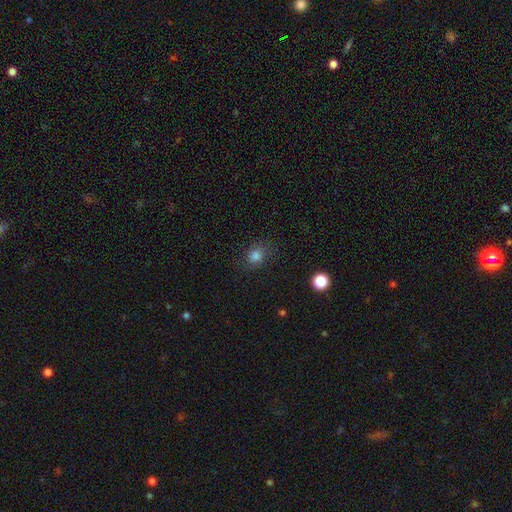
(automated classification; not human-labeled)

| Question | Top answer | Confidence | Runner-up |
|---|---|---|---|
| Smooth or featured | smooth | 81% | star or artifact (14%) |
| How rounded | round | 65% | in between (34%) |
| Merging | none | 76% | minor disturbance (17%) |